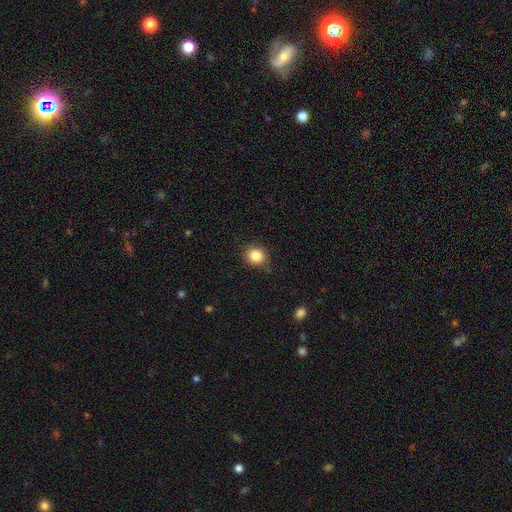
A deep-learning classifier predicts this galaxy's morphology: type=smooth (85%); roundness=round (83%); merging=none (86%).